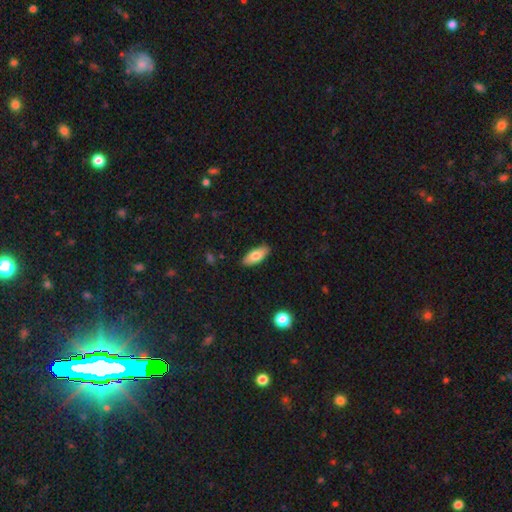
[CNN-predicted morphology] Smooth or featured? smooth (76%)
How rounded? in between (83%)
Merging? none (88%)